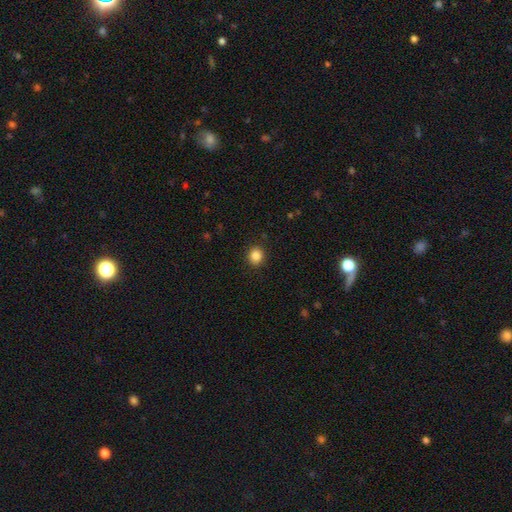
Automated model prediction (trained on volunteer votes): A smooth galaxy with no disk features (86%) that is round (85%).

Vote fractions:
- Smooth or featured? smooth: 86% / star or artifact: 11% / featured or disk: 3%
- How rounded? round: 85% / in between: 14% / cigar-shaped: 1%
- Merging? none: 91% / minor disturbance: 6% / major disturbance: 2% / merger: 1%